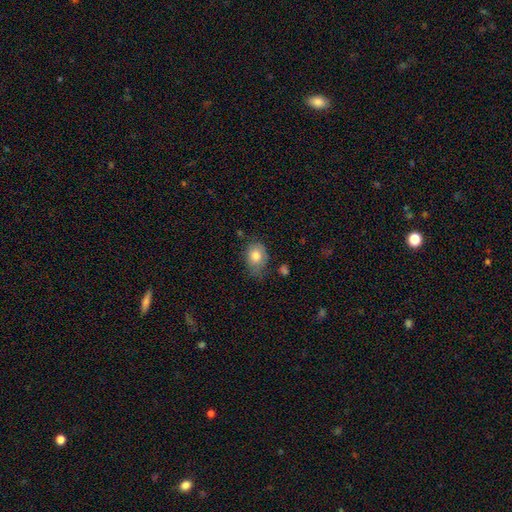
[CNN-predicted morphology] smooth_or_featured: smooth (p=0.80) [alt: featured or disk p=0.13]
how_rounded: in between (p=0.68) [alt: round p=0.31]
merging: none (p=0.51) [alt: minor disturbance p=0.34]